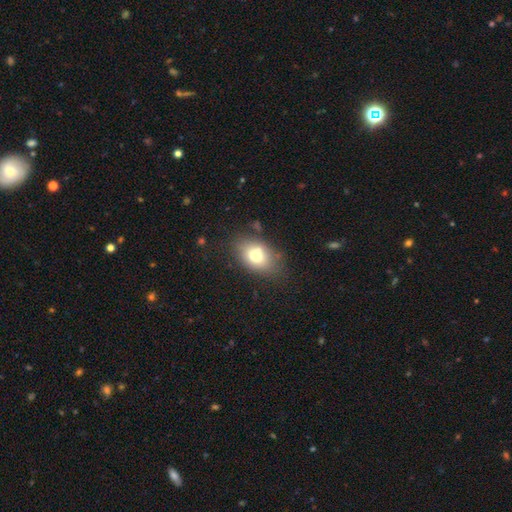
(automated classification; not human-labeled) This is likely a smooth galaxy (71%). How rounded: likely in between (77%). Merging: likely none (71%).